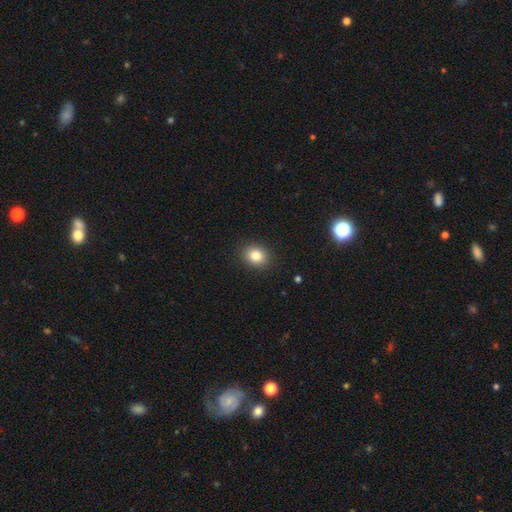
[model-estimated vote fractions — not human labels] Smooth or featured?
  - smooth: 82% *
  - star or artifact: 11%
  - featured or disk: 7%
How rounded?
  - round: 62% *
  - in between: 37%
  - cigar-shaped: 1%
Merging?
  - none: 90% *
  - minor disturbance: 7%
  - major disturbance: 2%
  - merger: 1%